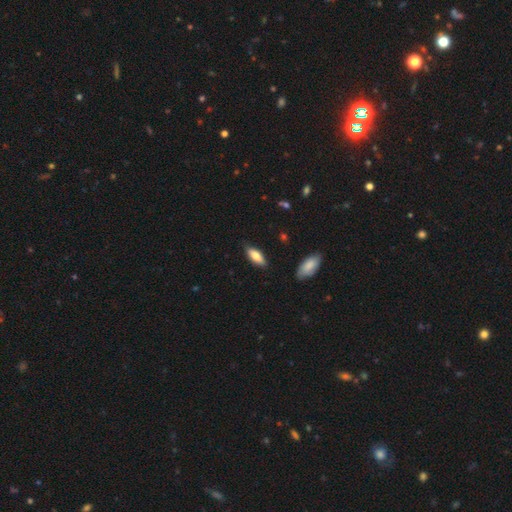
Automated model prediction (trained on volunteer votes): A smooth galaxy with no disk features (76%) that is in between round and cigar-shaped (70%). Merging: none (84%).